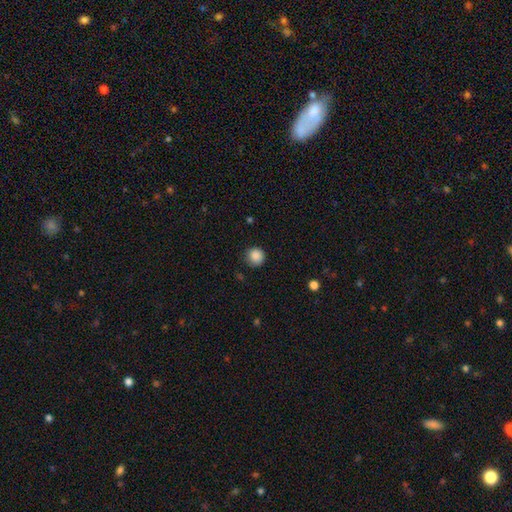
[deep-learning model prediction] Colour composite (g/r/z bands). It shows a smooth galaxy with no disk features (87%) that is round (94%). Merging: none (84%).